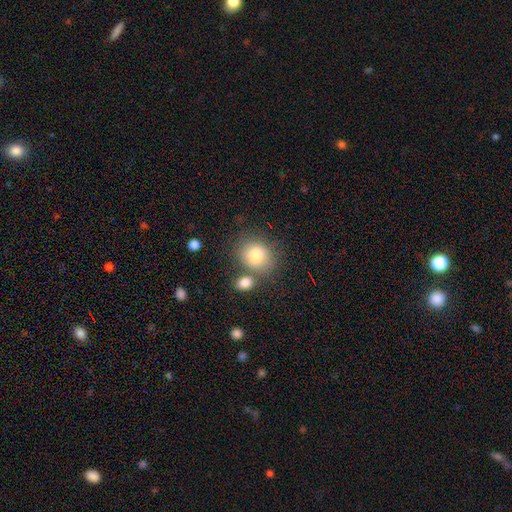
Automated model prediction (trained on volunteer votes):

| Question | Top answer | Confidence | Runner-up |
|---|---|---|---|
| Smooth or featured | smooth | 81% | featured or disk (10%) |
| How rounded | round | 71% | in between (28%) |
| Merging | none | 63% | merger (19%) |